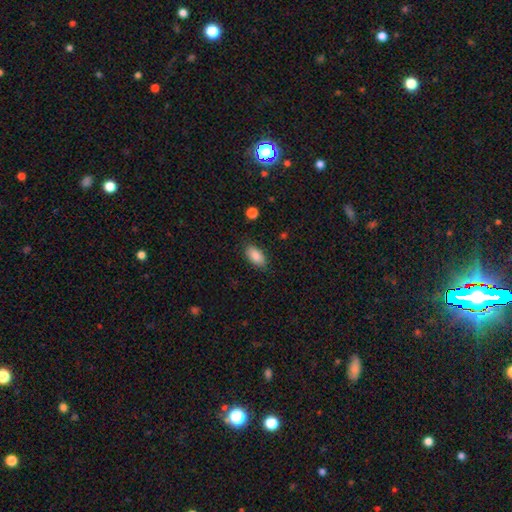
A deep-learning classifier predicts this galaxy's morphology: smooth-or-featured: smooth: 86% | star or artifact: 7% | featured or disk: 7%
  how-rounded: in between: 92% | cigar-shaped: 5% | round: 3%
  merging: none: 85% | minor disturbance: 12% | major disturbance: 3% | merger: 1%